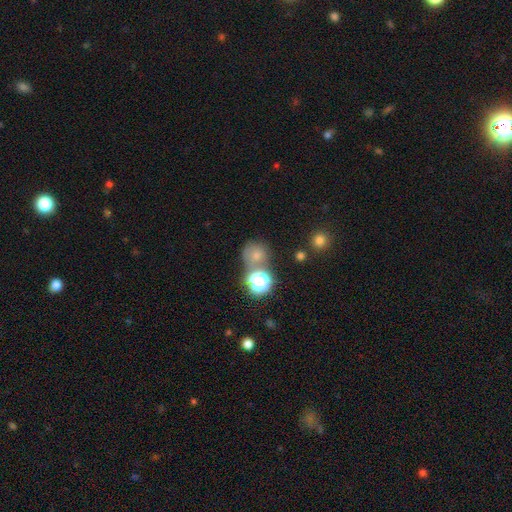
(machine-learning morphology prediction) smooth_or_featured: smooth (p=0.65) [alt: star or artifact p=0.24]
how_rounded: round (p=0.84) [alt: in between p=0.15]
merging: none (p=0.55) [alt: merger p=0.23]